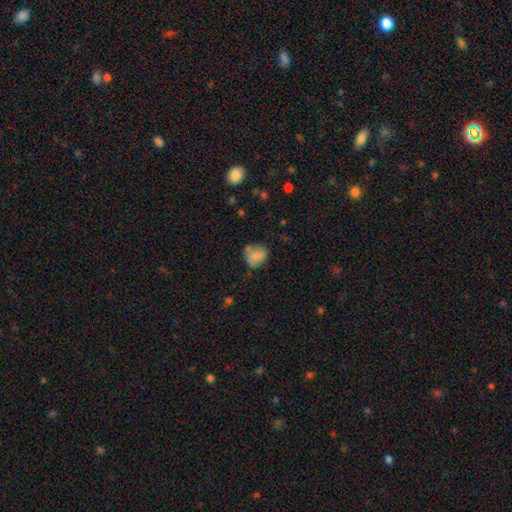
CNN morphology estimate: Q: Smooth or featured?
A: smooth (75%); runner-up: featured or disk (15%)
Q: How rounded?
A: round (61%); runner-up: in between (38%)
Q: Merging?
A: none (53%); runner-up: minor disturbance (28%)